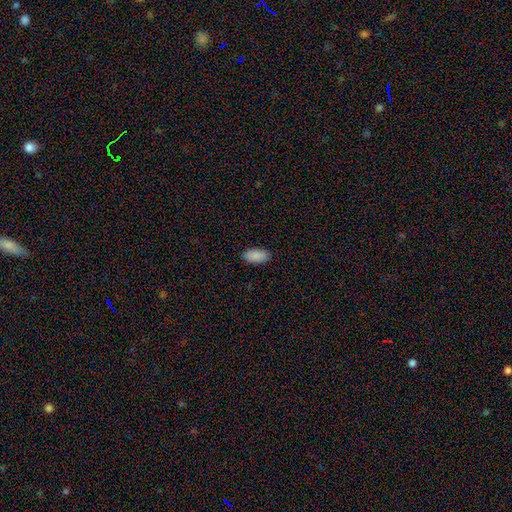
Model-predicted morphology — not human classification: A smooth galaxy with no disk features (89%) that is in between round and cigar-shaped (93%). Merging: none (88%).